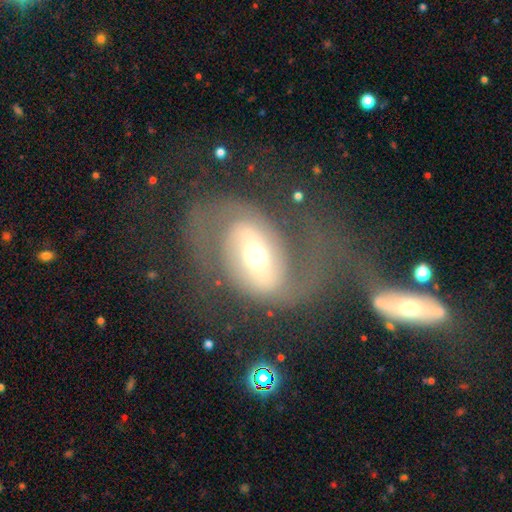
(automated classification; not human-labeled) A featured or disk galaxy (80%) with a strong bar (42%), 2 (88%) medium (45%) spiral arms (84%) and a moderate central bulge (65%). Merging: none (60%).